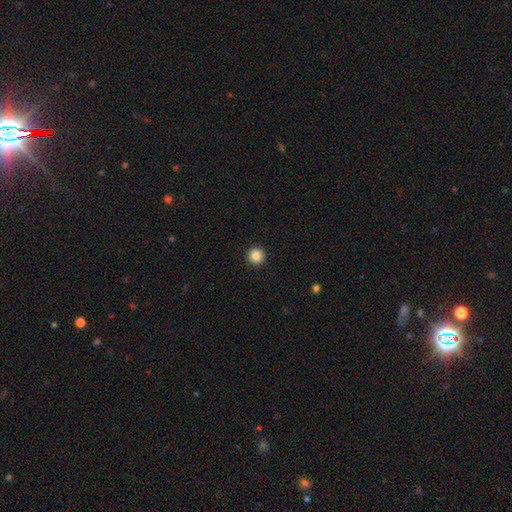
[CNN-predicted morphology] This is clearly a smooth galaxy (86%). How rounded: clearly round (96%). Merging: clearly none (93%).